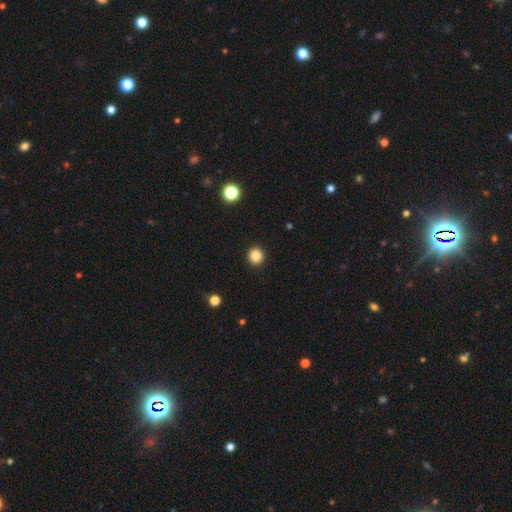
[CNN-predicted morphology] Smooth or featured: smooth — 85% (star or artifact — 11%)
How rounded: round — 92% (in between — 7%)
Merging: none — 93% (minor disturbance — 4%)